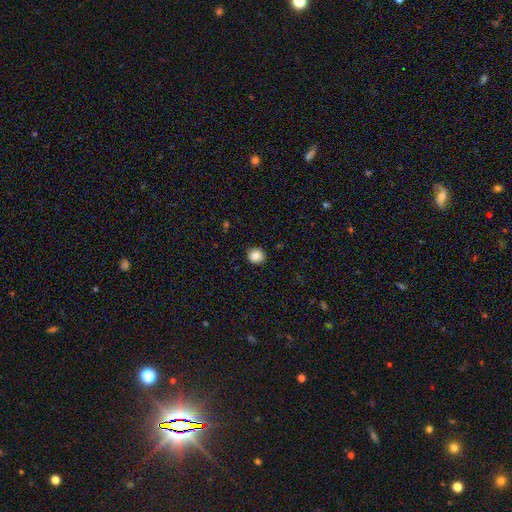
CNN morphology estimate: Overall: smooth (85%). How rounded: round (81%). Merging: none (90%).